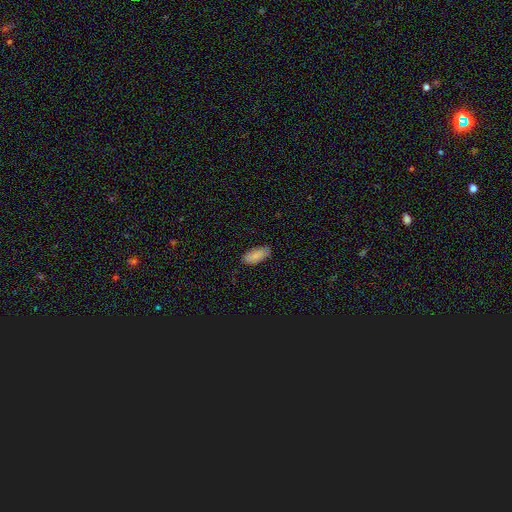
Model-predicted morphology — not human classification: The model was most divided on "merging": none: 80%, minor disturbance: 16%, major disturbance: 3%, merger: 1%. More confident: how rounded — in between (86%); smooth or featured — smooth (86%).